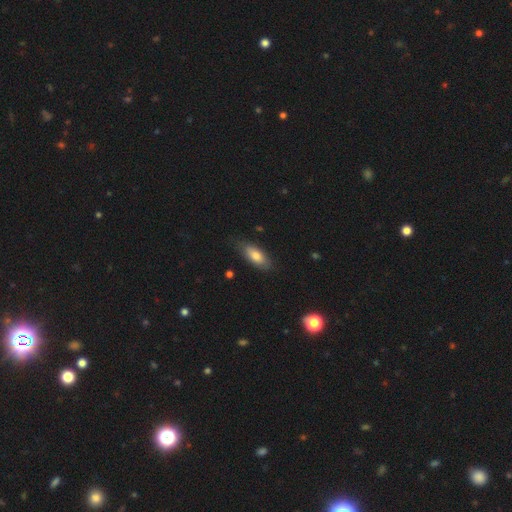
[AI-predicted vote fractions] A smooth galaxy with no disk features (76%) that is in between round and cigar-shaped (81%). Merging: none (73%).